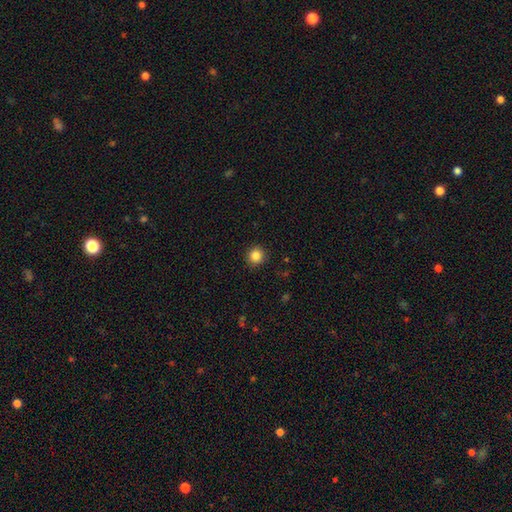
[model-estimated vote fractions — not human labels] This is clearly a smooth galaxy (85%). How rounded: clearly round (93%). Merging: clearly none (91%).